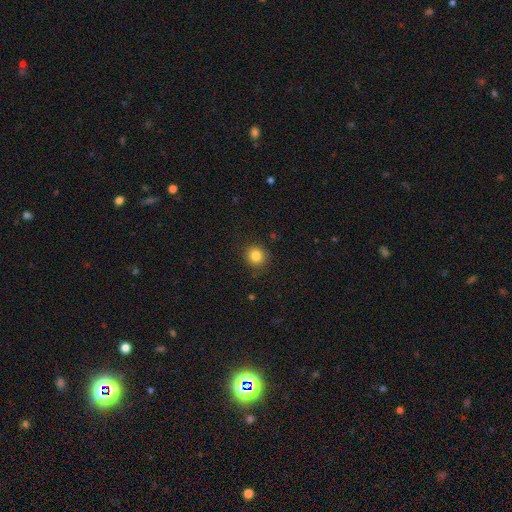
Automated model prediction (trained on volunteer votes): Q: Smooth or featured?
A: smooth (84%); runner-up: star or artifact (11%)
Q: How rounded?
A: round (89%); runner-up: in between (10%)
Q: Merging?
A: none (88%); runner-up: minor disturbance (8%)